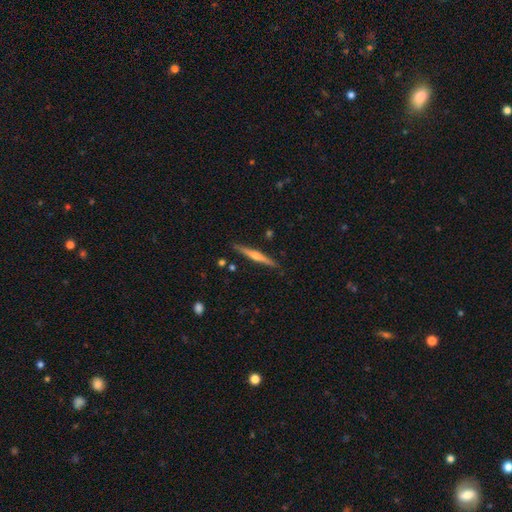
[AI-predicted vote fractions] smooth_or_featured: featured or disk (p=0.65) [alt: smooth p=0.30]
disk_edge_on: yes (p=0.98) [alt: no p=0.02]
edge_on_bulge: rounded (p=0.74) [alt: none p=0.17]
merging: none (p=0.88) [alt: minor disturbance p=0.09]